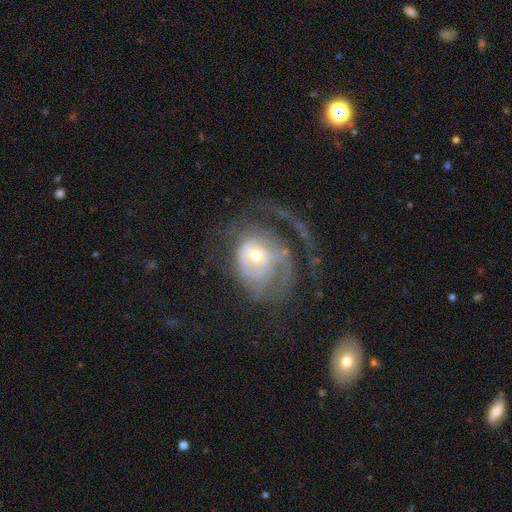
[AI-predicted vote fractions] Smooth or featured? Predicted: featured or disk (p=0.76). Edge-on disk? Predicted: no (p=0.97). Bar? Predicted: no (p=0.73). Spiral arms? Predicted: yes (p=0.82). Spiral winding? Predicted: tight (p=0.44). Spiral arm count? Predicted: can't tell (p=0.32). Bulge size? Predicted: moderate (p=0.49). Merging? Predicted: major disturbance (p=0.49).